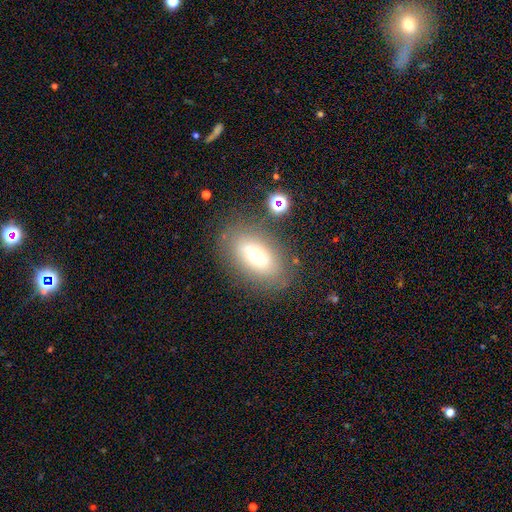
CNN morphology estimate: This is possibly a smooth galaxy (58%). How rounded: clearly in between (89%). Merging: likely none (79%).